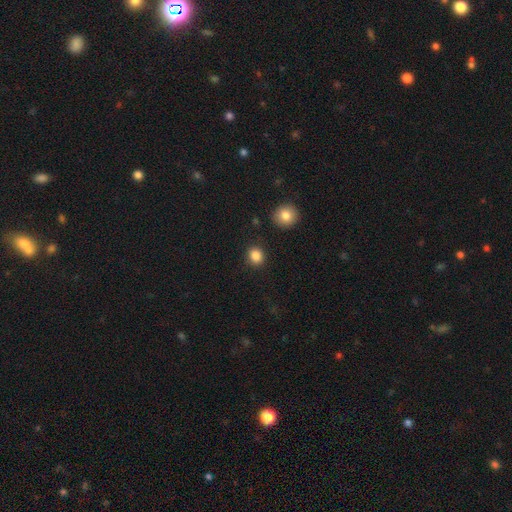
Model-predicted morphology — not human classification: Overall: smooth (86%). How rounded: round (76%). Merging: none (89%).